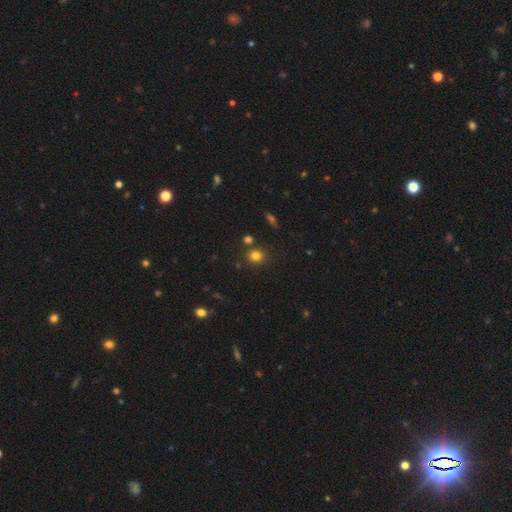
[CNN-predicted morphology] type=smooth (78%); roundness=round (86%); merging=none (79%).